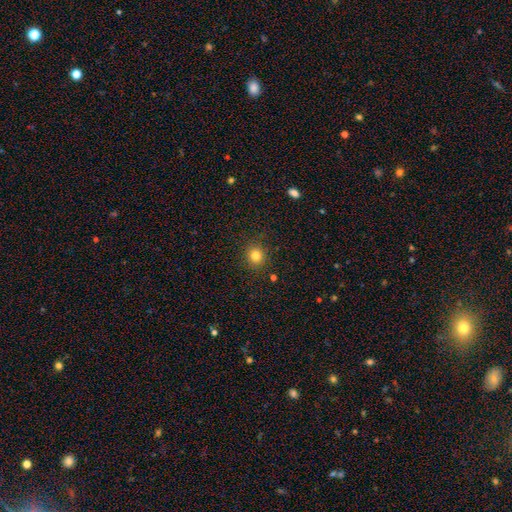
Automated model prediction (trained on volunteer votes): Morphology: type=smooth (81%); roundness=round (86%); merging=none (89%).